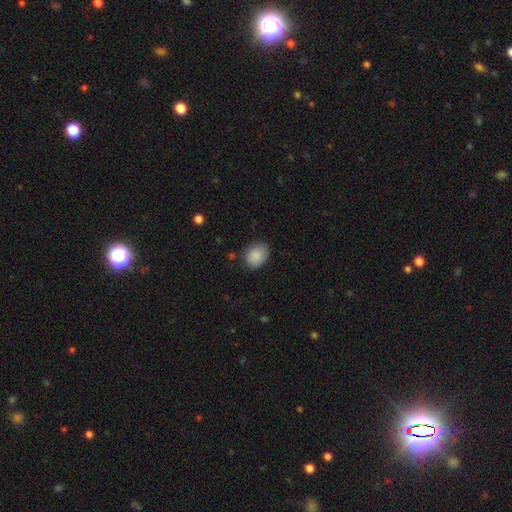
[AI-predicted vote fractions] Smooth or featured: smooth — 88% (star or artifact — 7%)
How rounded: in between — 62% (round — 37%)
Merging: none — 76% (minor disturbance — 18%)